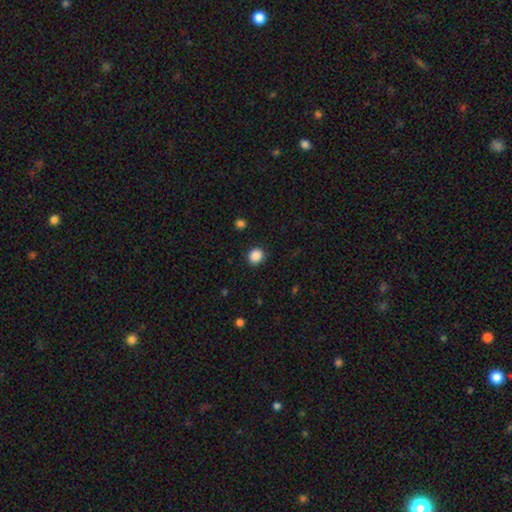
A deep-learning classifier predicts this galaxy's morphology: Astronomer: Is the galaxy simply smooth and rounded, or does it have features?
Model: smooth — 88%.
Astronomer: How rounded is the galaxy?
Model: round — 84%.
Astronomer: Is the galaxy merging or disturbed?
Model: none — 91%.